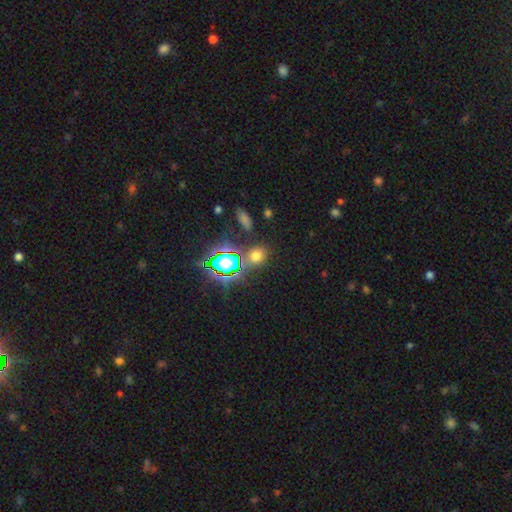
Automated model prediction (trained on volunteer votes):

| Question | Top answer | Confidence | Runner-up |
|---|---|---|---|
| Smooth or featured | smooth | 58% | star or artifact (34%) |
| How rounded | round | 63% | in between (35%) |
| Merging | none | 80% | minor disturbance (10%) |